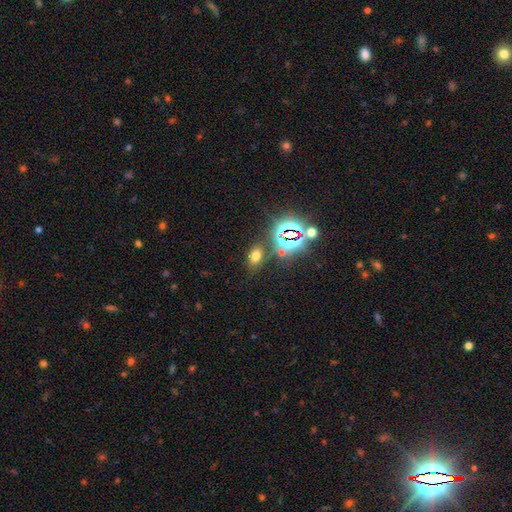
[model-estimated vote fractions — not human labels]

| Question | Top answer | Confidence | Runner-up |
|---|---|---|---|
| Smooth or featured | smooth | 60% | star or artifact (31%) |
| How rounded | in between | 78% | round (20%) |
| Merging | none | 76% | minor disturbance (11%) |